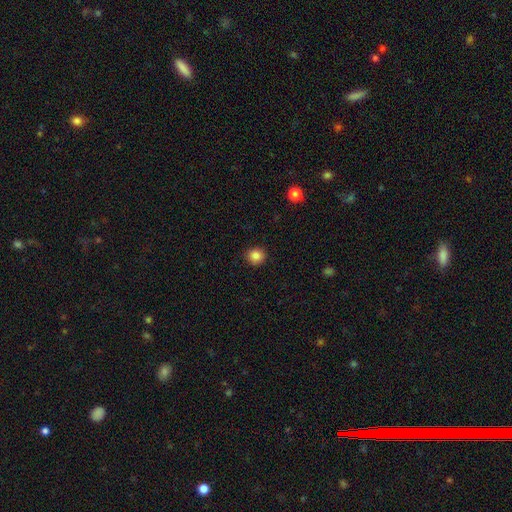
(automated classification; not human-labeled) smooth 85%, star or artifact 10%, featured or disk 5%. Down the decision tree: how rounded — round (91%); merging — none (92%).